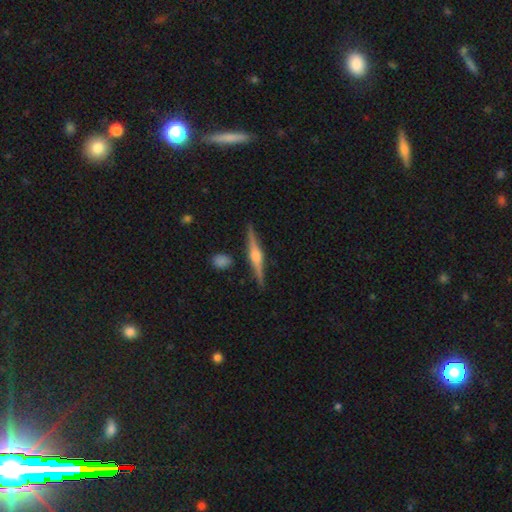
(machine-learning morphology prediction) Q: Smooth or featured?
A: featured or disk (82%); runner-up: smooth (13%)
Q: Edge-on disk?
A: yes (98%); runner-up: no (2%)
Q: Edge-on bulge?
A: rounded (89%); runner-up: boxy (8%)
Q: Merging?
A: none (89%); runner-up: minor disturbance (7%)